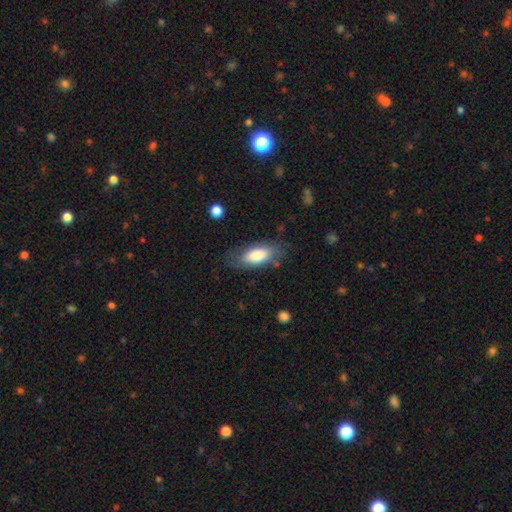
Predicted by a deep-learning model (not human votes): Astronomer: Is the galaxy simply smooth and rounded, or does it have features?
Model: smooth — 78%.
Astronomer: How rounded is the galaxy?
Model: in between — 84%.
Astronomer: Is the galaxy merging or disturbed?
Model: none — 75%.